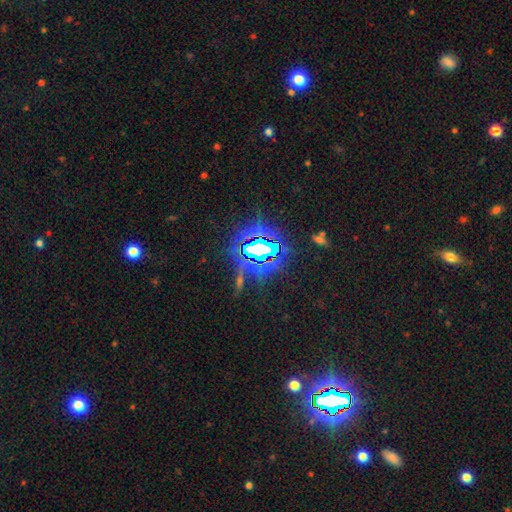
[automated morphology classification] smooth-or-featured: star or artifact: 85% | smooth: 8% | featured or disk: 7%